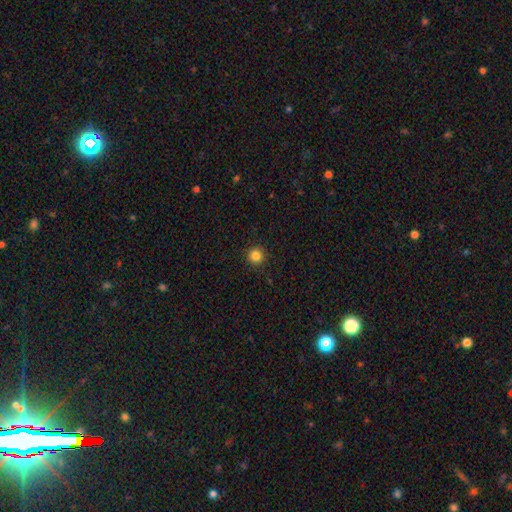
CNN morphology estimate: A smooth galaxy with no disk features (84%) that is round (96%).

Vote fractions:
- Smooth or featured? smooth: 84% / star or artifact: 12% / featured or disk: 4%
- How rounded? round: 96% / in between: 3% / cigar-shaped: 1%
- Merging? none: 93% / minor disturbance: 5% / major disturbance: 2% / merger: 1%